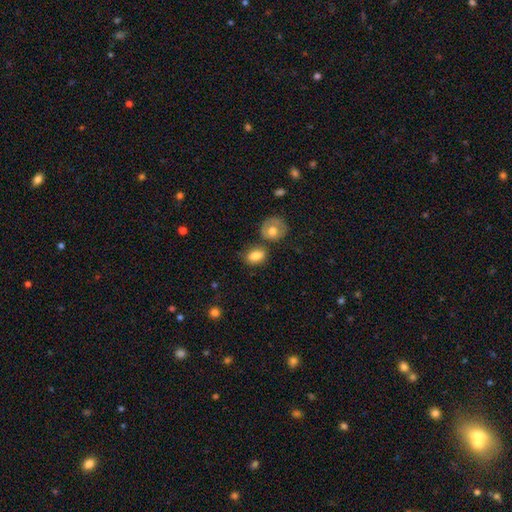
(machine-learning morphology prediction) smooth 80%, featured or disk 12%, star or artifact 8%. Down the decision tree: how rounded — in between (71%); merging — none (63%).